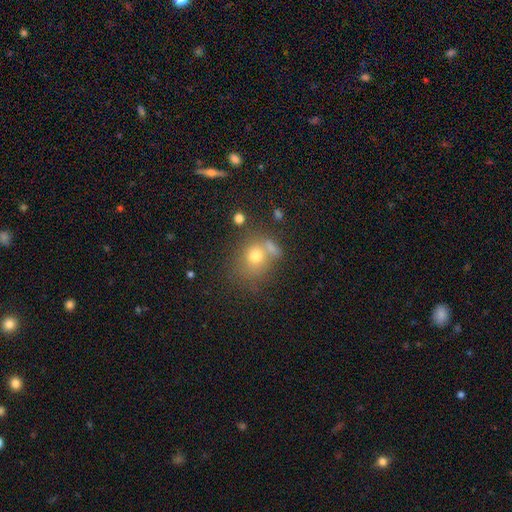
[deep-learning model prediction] This appears to be a smooth galaxy with no disk features (72%) that is round (65%). Merging: none (51%).